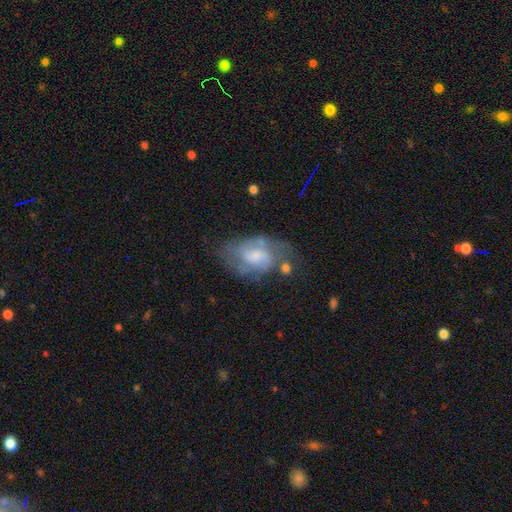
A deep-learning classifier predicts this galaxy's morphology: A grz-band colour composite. It shows a featured or disk galaxy (66%) with no bar (51%), 2 (56%) medium (48%) spiral arms (80%) and a moderate central bulge (39%). Merging: none (49%).